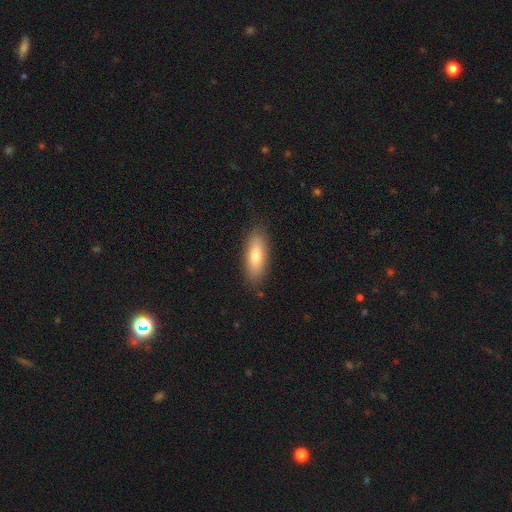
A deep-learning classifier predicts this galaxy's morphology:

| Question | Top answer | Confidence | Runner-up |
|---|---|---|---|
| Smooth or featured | smooth | 73% | featured or disk (20%) |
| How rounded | in between | 66% | cigar-shaped (31%) |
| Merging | none | 86% | minor disturbance (11%) |